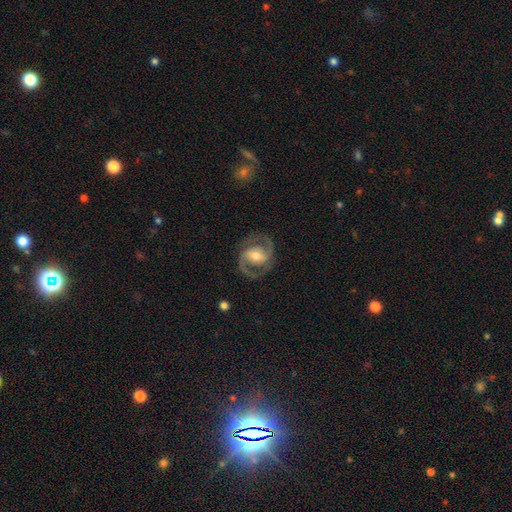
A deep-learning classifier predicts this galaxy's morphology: smooth-or-featured: featured or disk: 90% | smooth: 6% | star or artifact: 4%
  disk-edge-on: no: 98% | yes: 2%
    bar: weak: 44% | strong: 34% | no: 22%
    has-spiral-arms: yes: 97% | no: 3%
      spiral-winding: medium: 62% | tight: 26% | loose: 13%
      spiral-arm-count: 2: 93% | can't tell: 2% | 3: 1% | 1: 1% | 4: 1% | more than 4: 1%
    bulge-size: moderate: 64% | small: 24% | large: 9% | none: 2% | dominant: 1%
  merging: none: 83% | minor disturbance: 11% | major disturbance: 5% | merger: 1%